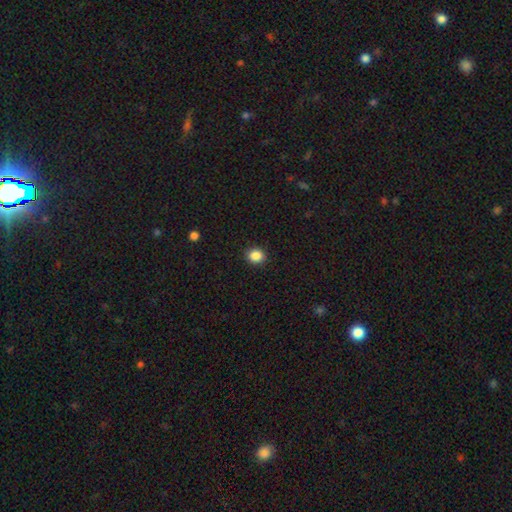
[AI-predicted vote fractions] Smooth or featured? Predicted: smooth (p=0.87). How rounded? Predicted: round (p=0.69). Merging? Predicted: none (p=0.91).